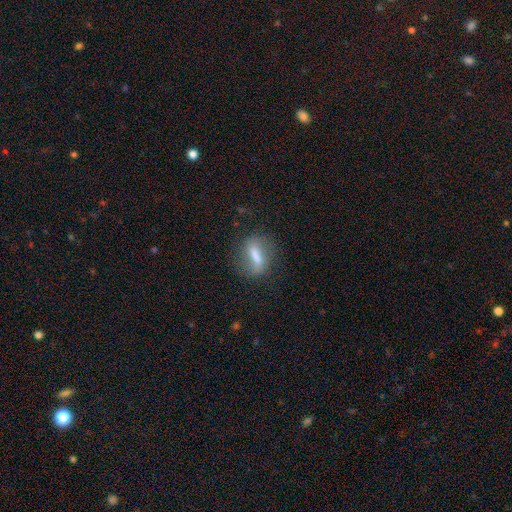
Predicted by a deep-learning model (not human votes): Q: Smooth or featured?
A: smooth (56%); runner-up: featured or disk (34%)
Q: How rounded?
A: in between (46%); runner-up: cigar-shaped (43%)
Q: Merging?
A: none (73%); runner-up: minor disturbance (16%)